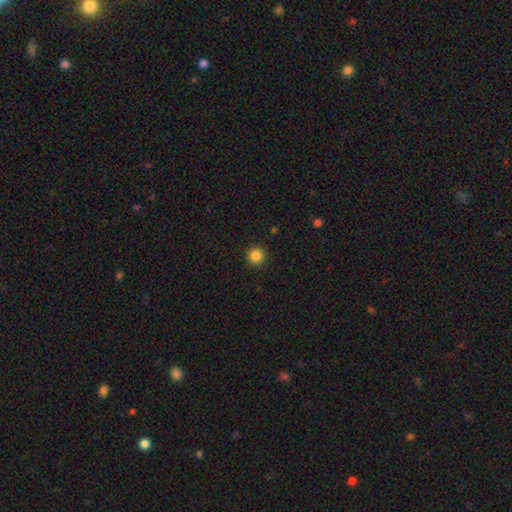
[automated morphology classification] type=smooth (86%); roundness=round (95%); merging=none (92%).